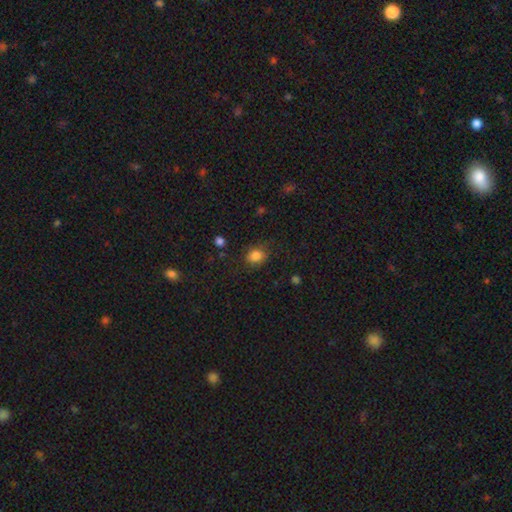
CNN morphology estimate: This appears to be a smooth galaxy with no disk features (83%) that is round (64%). Merging: none (79%).